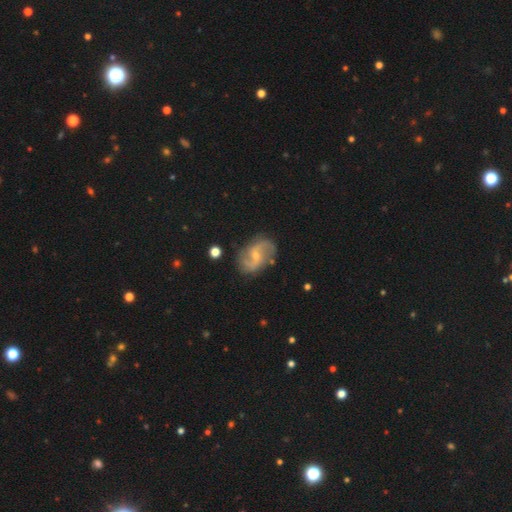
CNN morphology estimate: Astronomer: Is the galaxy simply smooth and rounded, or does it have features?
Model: featured or disk — 86%.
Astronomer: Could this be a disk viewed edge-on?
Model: no — 98%.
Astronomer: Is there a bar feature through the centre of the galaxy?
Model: weak — 49% (runner-up: no, 37%).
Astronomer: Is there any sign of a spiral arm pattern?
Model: yes — 96%.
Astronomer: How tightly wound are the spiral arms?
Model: loose — 52% (runner-up: medium, 38%).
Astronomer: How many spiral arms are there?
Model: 2 — 92%.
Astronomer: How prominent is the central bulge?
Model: small — 64%.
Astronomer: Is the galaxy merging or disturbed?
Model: none — 80%.